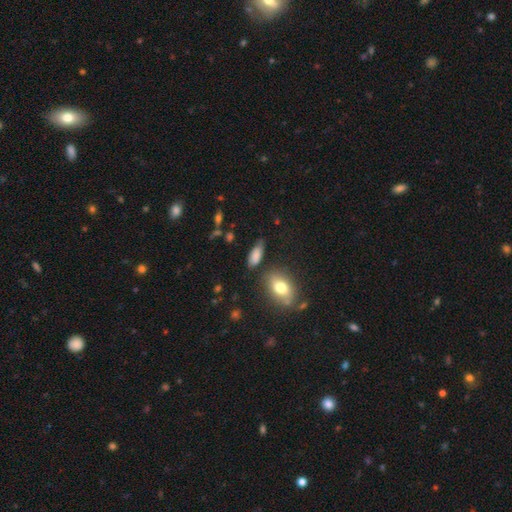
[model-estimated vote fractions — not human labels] Overall: smooth (80%). How rounded: in between (77%). Merging: none (66%).